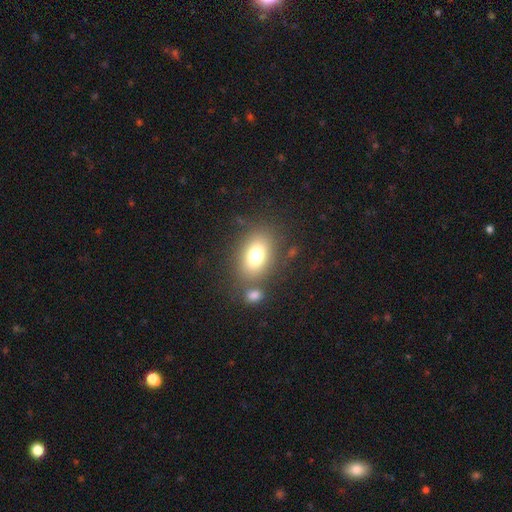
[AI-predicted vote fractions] This is likely a smooth galaxy (75%). How rounded: likely in between (77%). Merging: likely none (71%).